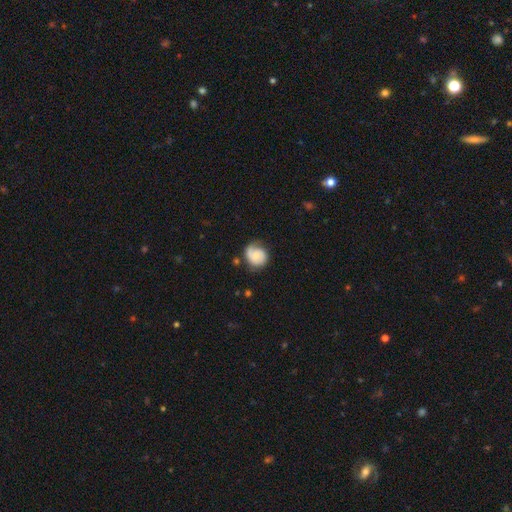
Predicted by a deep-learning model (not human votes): featured or disk 50%, smooth 43%, star or artifact 7%. Down the decision tree: edge-on disk — no (98%); merging — none (56%).